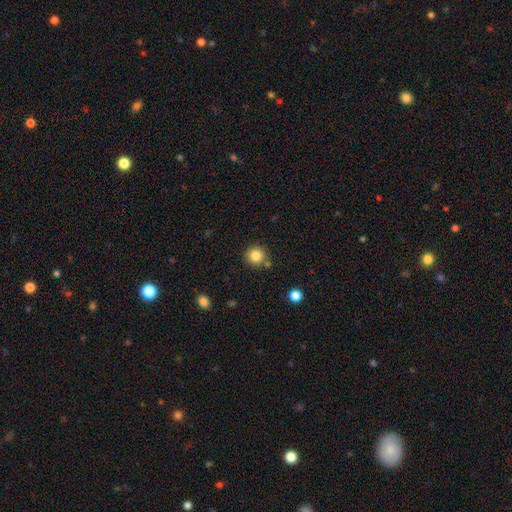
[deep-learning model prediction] Overall: smooth (83%). How rounded: round (94%). Merging: none (84%).